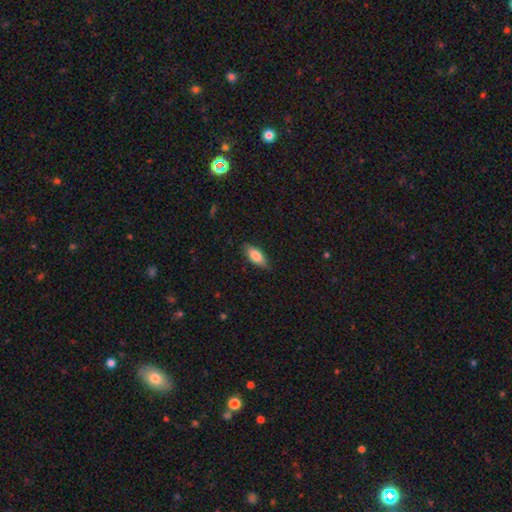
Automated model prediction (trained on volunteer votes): A smooth galaxy with no disk features (78%) that is in between round and cigar-shaped (82%). Merging: none (81%).